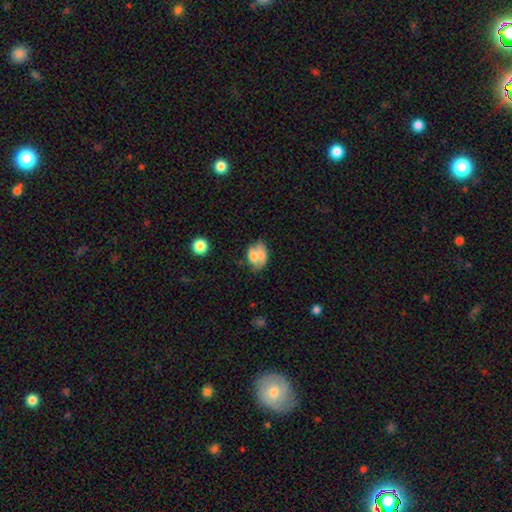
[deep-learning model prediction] The model was most divided on "merging": merger: 44%, none: 29%, minor disturbance: 16%, major disturbance: 11%. More confident: how rounded — in between (77%); smooth or featured — smooth (55%).